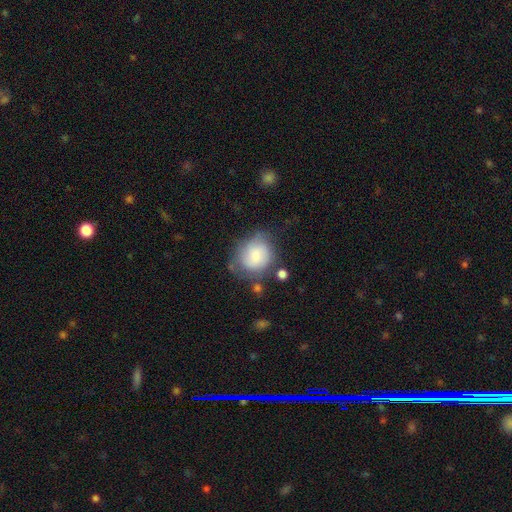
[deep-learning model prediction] Smooth or featured? smooth (70%)
How rounded? round (69%)
Merging? none (47%)